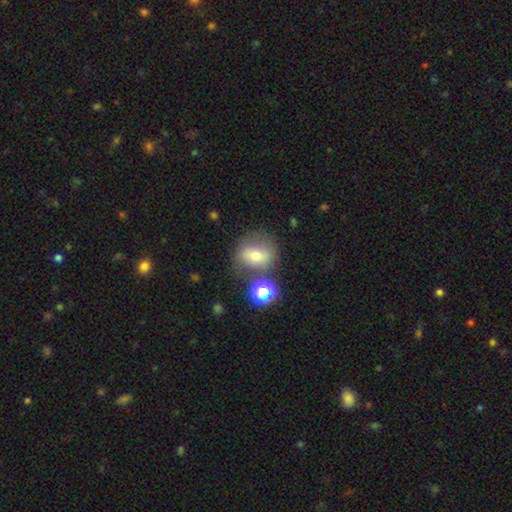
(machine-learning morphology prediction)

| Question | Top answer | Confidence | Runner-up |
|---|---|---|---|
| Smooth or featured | smooth | 59% | featured or disk (26%) |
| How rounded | round | 63% | in between (35%) |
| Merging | none | 62% | minor disturbance (17%) |